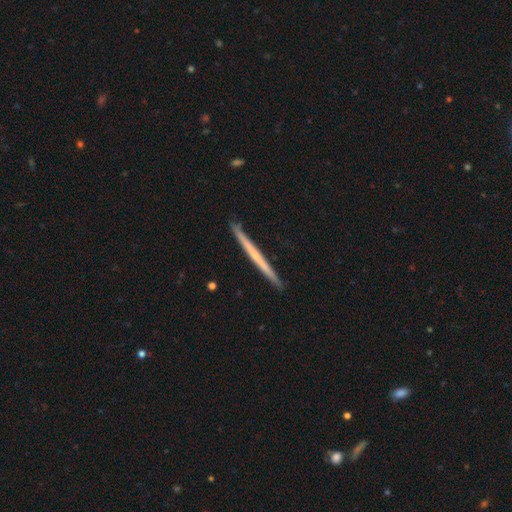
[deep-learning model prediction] Morphology: type=featured or disk (57%); edge-on=yes (98%); edge-on bulge=none (78%); merging=none (92%).